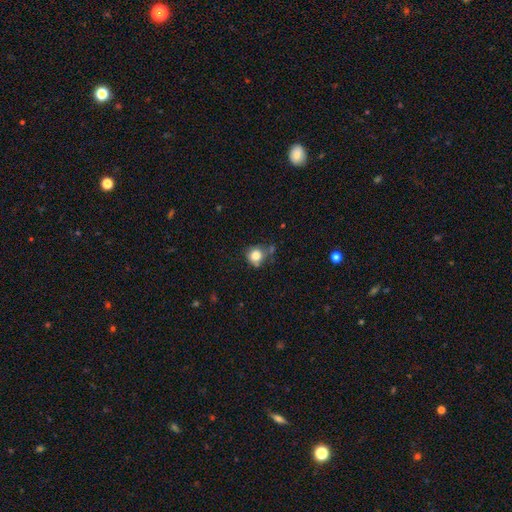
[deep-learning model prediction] This appears to be a smooth galaxy with no disk features (81%) that is round (85%). Merging: none (60%).